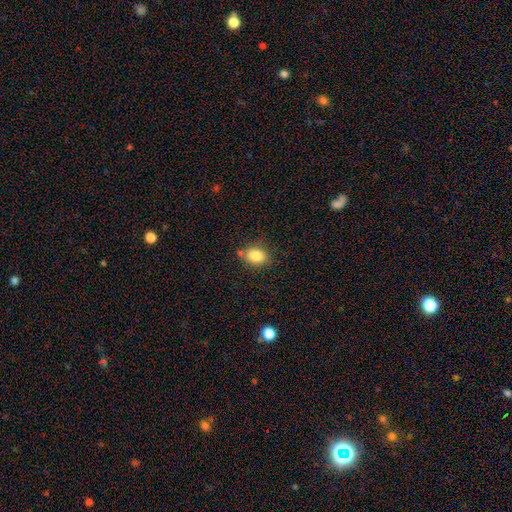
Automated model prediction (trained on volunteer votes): The model was most divided on "how rounded": in between: 67%, round: 31%, cigar-shaped: 1%. More confident: smooth or featured — smooth (84%); merging — none (73%).